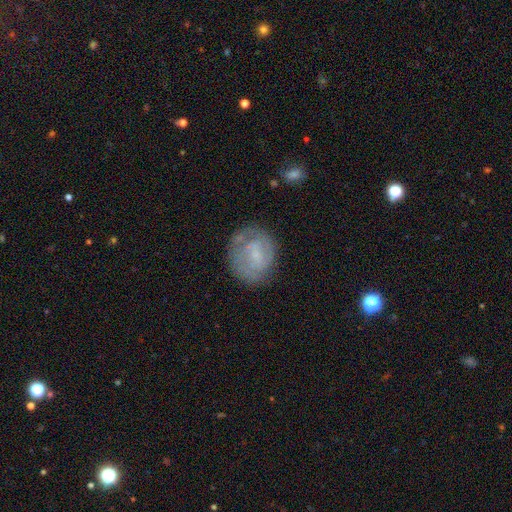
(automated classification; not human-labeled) Smooth or featured? Predicted: featured or disk (p=0.52). Edge-on disk? Predicted: no (p=0.97). Bar? Predicted: no (p=0.48). Spiral arms? Predicted: yes (p=0.60). Bulge size? Predicted: small (p=0.58). Merging? Predicted: none (p=0.64).